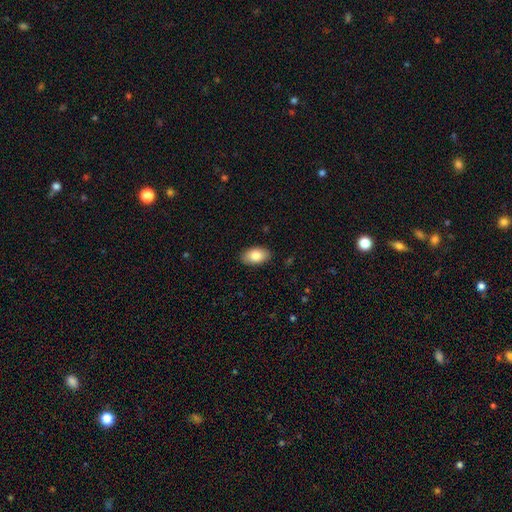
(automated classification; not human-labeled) A smooth galaxy with no disk features (84%) that is in between round and cigar-shaped (93%). Merging: none (88%).